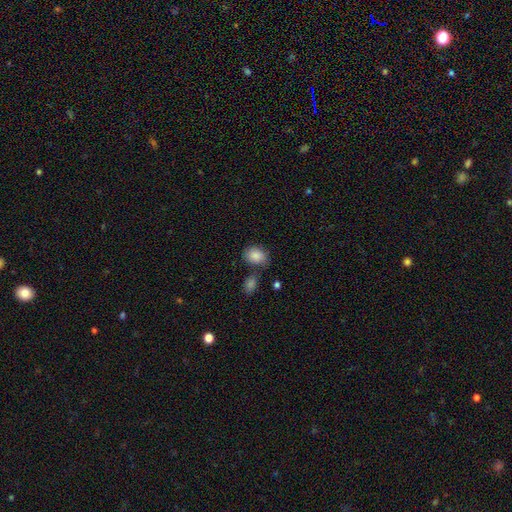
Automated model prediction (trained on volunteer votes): The model was most divided on "how rounded": in between: 68%, round: 31%, cigar-shaped: 1%. More confident: smooth or featured — smooth (87%); merging — none (62%).